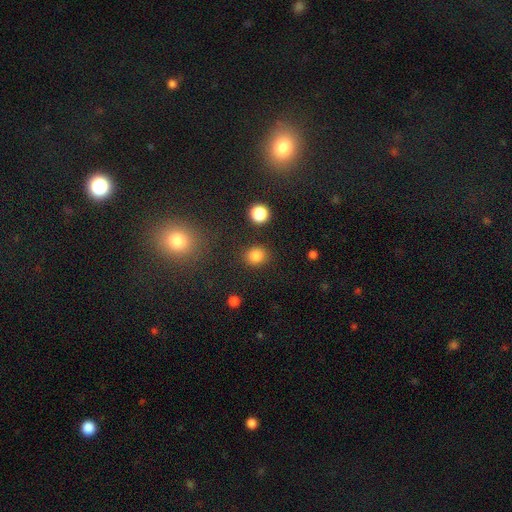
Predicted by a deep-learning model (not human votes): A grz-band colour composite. It shows a smooth galaxy with no disk features (84%) that is round (77%). Merging: none (87%).